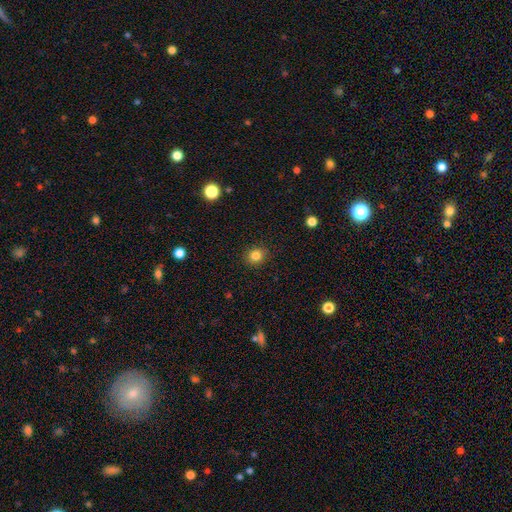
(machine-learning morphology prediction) This is clearly a smooth galaxy (83%). How rounded: likely round (79%). Merging: clearly none (90%).